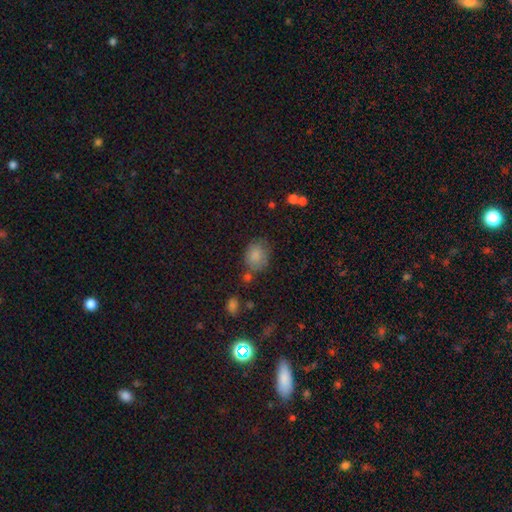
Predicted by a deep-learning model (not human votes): This appears to be a smooth galaxy with no disk features (84%) that is in between round and cigar-shaped (51%). Merging: none (62%).